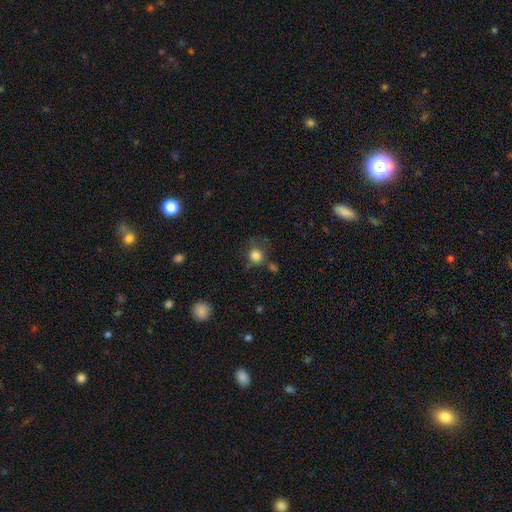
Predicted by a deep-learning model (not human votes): A smooth galaxy with no disk features (82%) that is round (83%). Merging: none (61%).